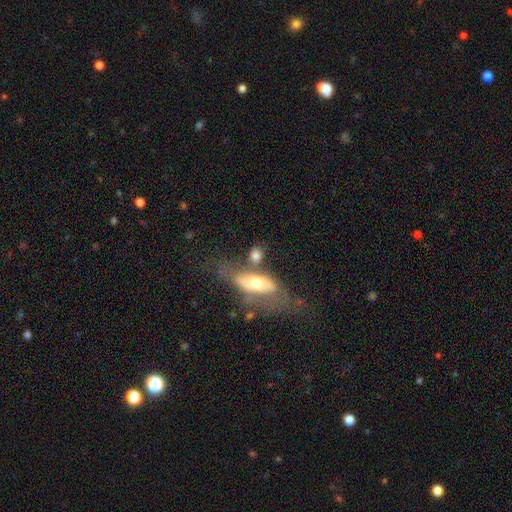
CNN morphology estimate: smooth_or_featured: smooth (p=0.63) [alt: featured or disk p=0.29]
how_rounded: in between (p=0.60) [alt: round p=0.24]
merging: none (p=0.41) [alt: merger p=0.31]